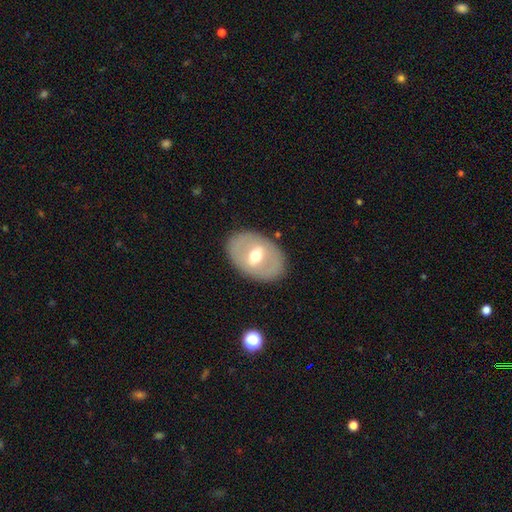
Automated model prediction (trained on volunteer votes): The model was most divided on "smooth or featured": featured or disk: 52%, smooth: 42%, star or artifact: 6%. More confident: edge-on disk — no (89%); merging — none (84%).